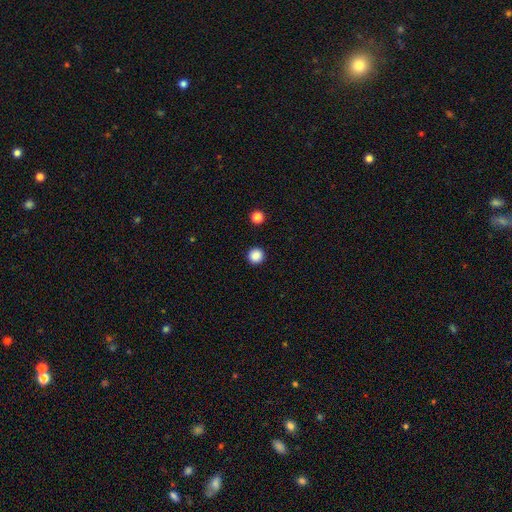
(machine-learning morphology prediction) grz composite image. It shows a smooth galaxy with no disk features (87%) that is round (96%). Merging: none (93%).